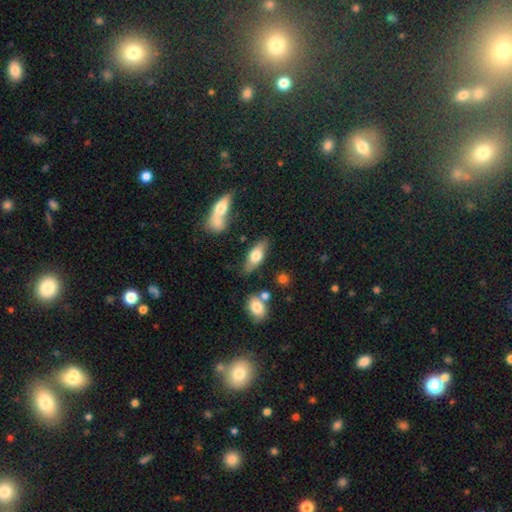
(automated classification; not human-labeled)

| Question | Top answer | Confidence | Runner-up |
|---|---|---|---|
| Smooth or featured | smooth | 60% | featured or disk (33%) |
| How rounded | in between | 70% | cigar-shaped (27%) |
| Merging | none | 76% | minor disturbance (14%) |